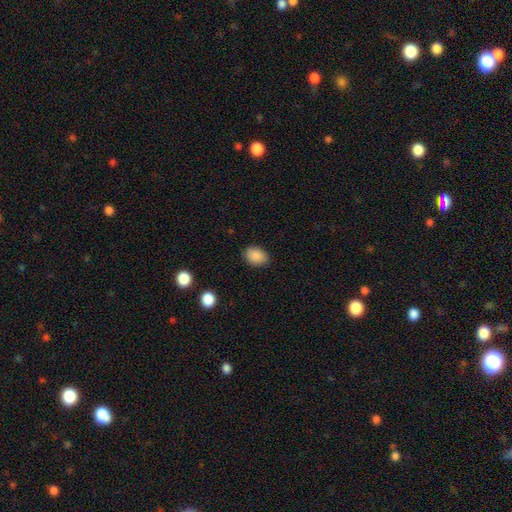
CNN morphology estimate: A smooth galaxy with no disk features (88%) that is in between round and cigar-shaped (69%). Merging: none (85%).